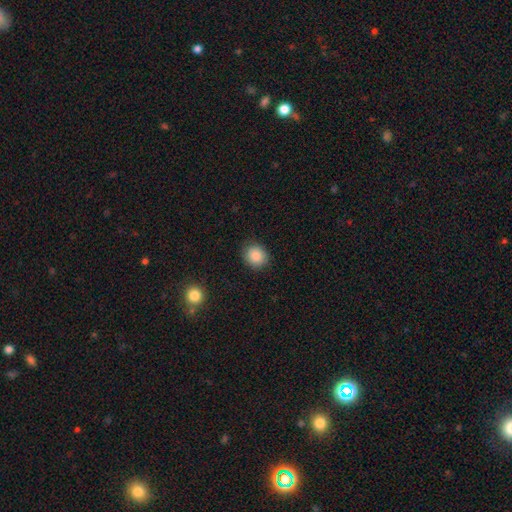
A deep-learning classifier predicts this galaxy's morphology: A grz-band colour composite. It shows a smooth galaxy with no disk features (87%) that is round (76%). Merging: none (86%).